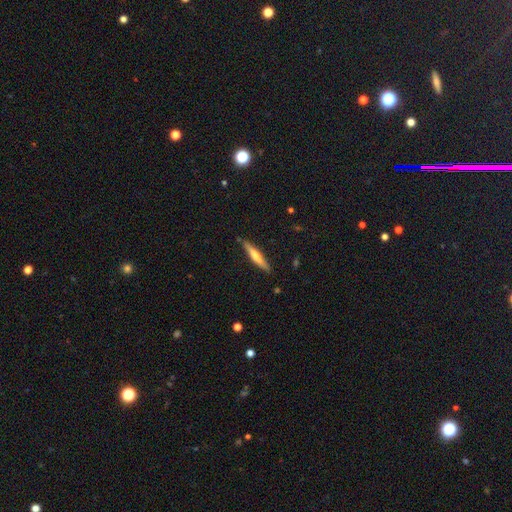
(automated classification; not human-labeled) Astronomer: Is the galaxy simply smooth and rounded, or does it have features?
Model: featured or disk — 51% (runner-up: smooth, 43%).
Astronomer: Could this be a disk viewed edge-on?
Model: yes — 95%.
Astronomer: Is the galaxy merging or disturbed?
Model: none — 87%.